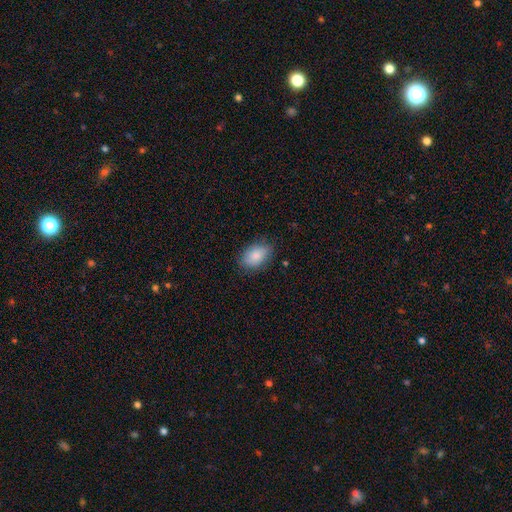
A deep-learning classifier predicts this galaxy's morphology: smooth-or-featured: smooth: 85% | featured or disk: 8% | star or artifact: 7%
  how-rounded: in between: 86% | round: 12% | cigar-shaped: 2%
  merging: none: 79% | minor disturbance: 16% | major disturbance: 4% | merger: 1%